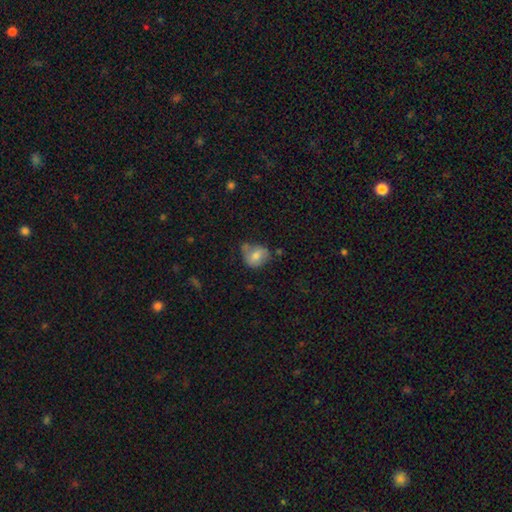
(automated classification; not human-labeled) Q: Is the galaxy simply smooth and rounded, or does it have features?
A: smooth — 71%.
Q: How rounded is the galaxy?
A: round — 54%.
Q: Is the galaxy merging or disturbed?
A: none — 44%.